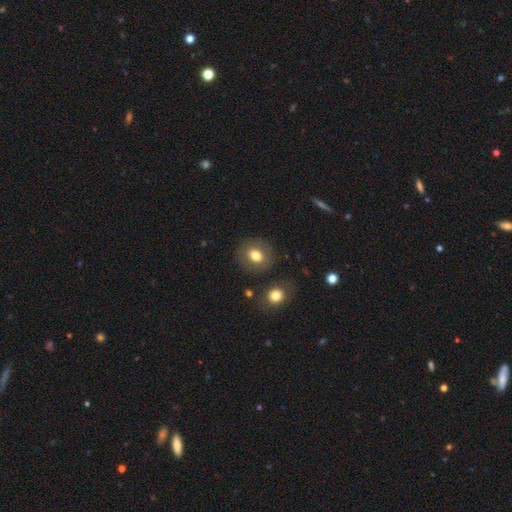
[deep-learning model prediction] Smooth or featured? smooth (77%)
How rounded? round (72%)
Merging? none (84%)